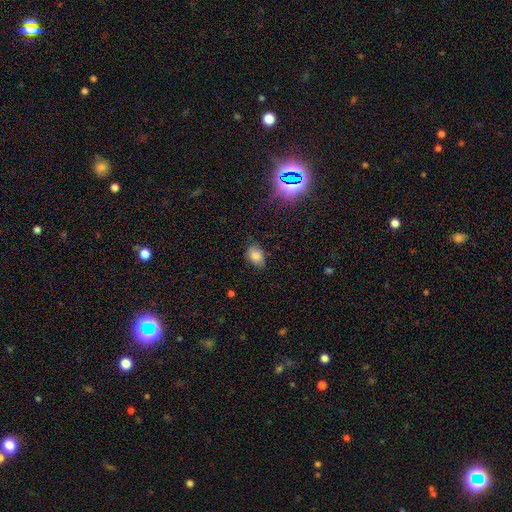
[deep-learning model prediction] Smooth or featured? smooth (80%)
How rounded? in between (82%)
Merging? none (74%)